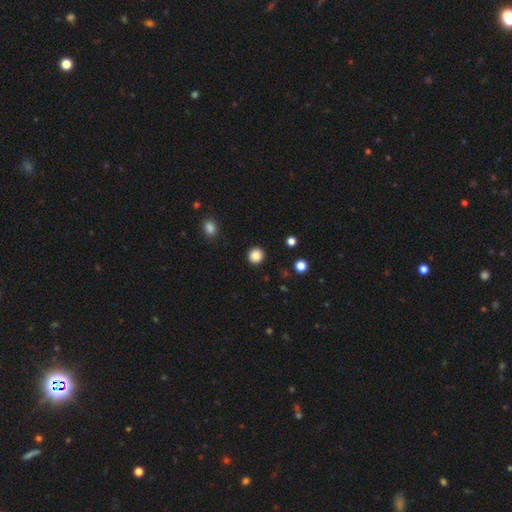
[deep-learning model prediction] Smooth or featured: smooth — 87% (star or artifact — 10%)
How rounded: round — 93% (in between — 6%)
Merging: none — 92% (minor disturbance — 5%)